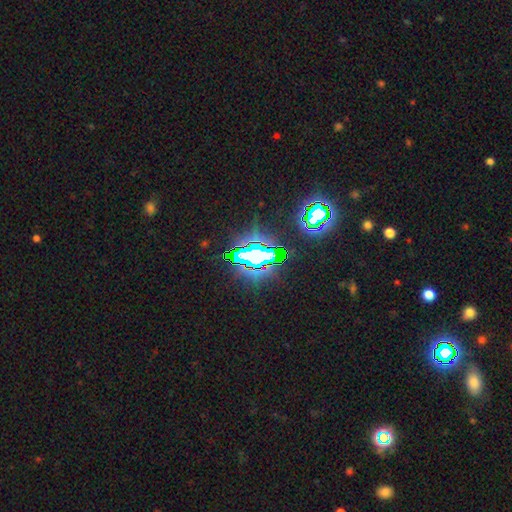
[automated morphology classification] Overall: star or artifact (75%).